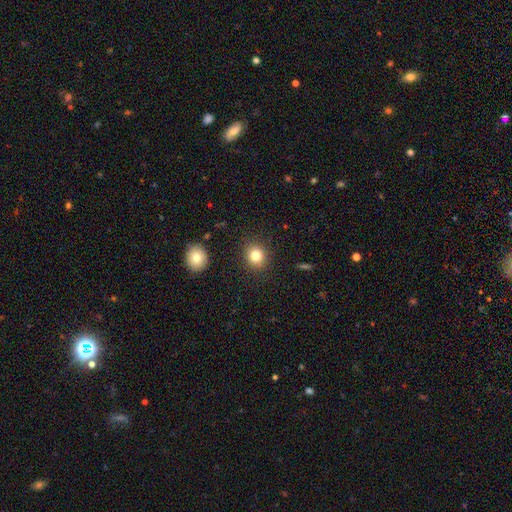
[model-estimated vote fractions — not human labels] smooth-or-featured: smooth: 80% | star or artifact: 12% | featured or disk: 8%
  how-rounded: round: 78% | in between: 21% | cigar-shaped: 1%
  merging: none: 88% | minor disturbance: 7% | major disturbance: 3% | merger: 2%